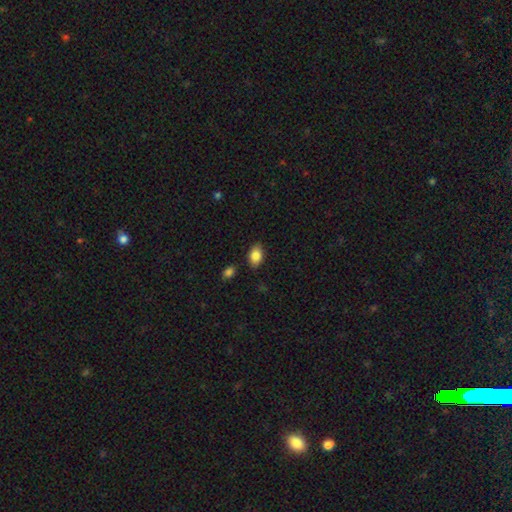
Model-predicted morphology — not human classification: A smooth galaxy with no disk features (85%) that is in between round and cigar-shaped (89%).

Vote fractions:
- Smooth or featured? smooth: 85% / featured or disk: 7% / star or artifact: 7%
- How rounded? in between: 89% / round: 10% / cigar-shaped: 1%
- Merging? none: 84% / minor disturbance: 11% / major disturbance: 2% / merger: 2%